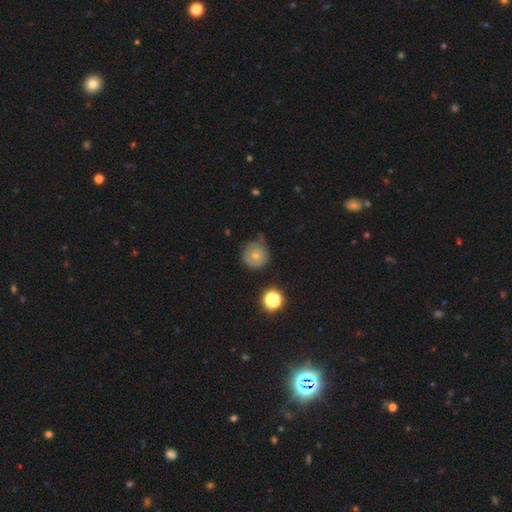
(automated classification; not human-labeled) This is likely a smooth galaxy (60%). How rounded: clearly round (91%). Merging: possibly none (53%).